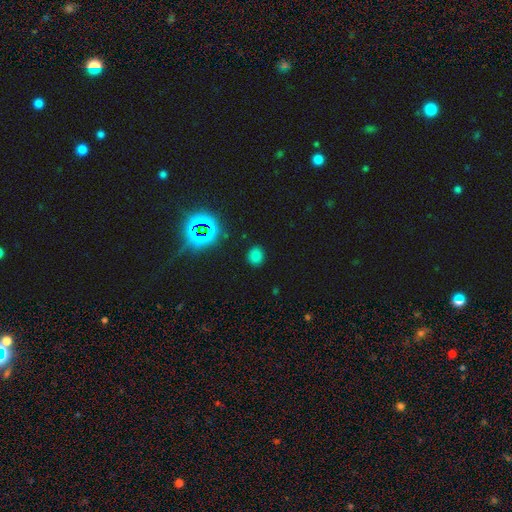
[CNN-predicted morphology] Q: Smooth or featured?
A: smooth (73%); runner-up: star or artifact (22%)
Q: How rounded?
A: round (72%); runner-up: in between (27%)
Q: Merging?
A: none (87%); runner-up: minor disturbance (8%)